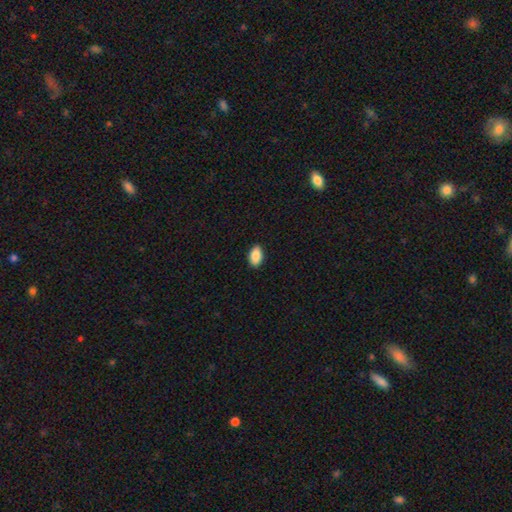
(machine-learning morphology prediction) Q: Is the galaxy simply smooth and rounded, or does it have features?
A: smooth — 89%.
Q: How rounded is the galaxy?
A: in between — 92%.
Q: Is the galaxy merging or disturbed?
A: none — 89%.